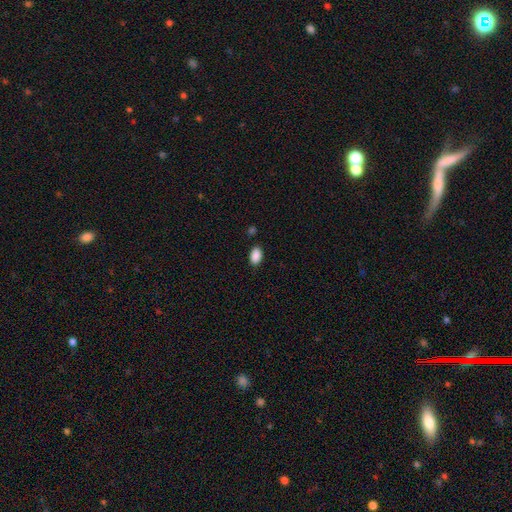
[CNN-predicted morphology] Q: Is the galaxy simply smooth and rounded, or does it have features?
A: smooth — 89%.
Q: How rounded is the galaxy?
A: in between — 92%.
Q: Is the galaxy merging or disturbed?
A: none — 85%.